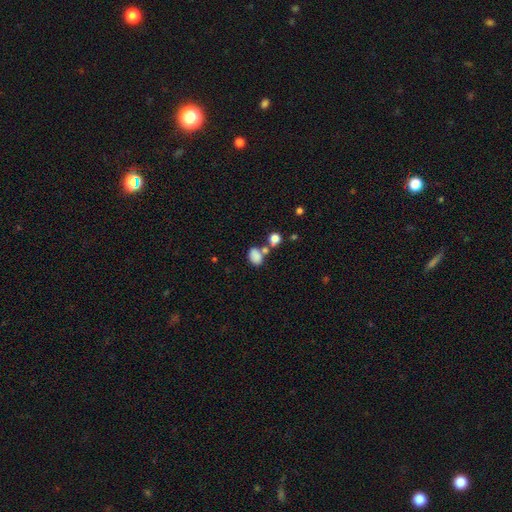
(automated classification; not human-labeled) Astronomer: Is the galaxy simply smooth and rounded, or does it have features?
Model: smooth — 81%.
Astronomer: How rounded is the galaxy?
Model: in between — 75%.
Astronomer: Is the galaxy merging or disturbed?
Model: none — 46% (runner-up: merger, 31%).